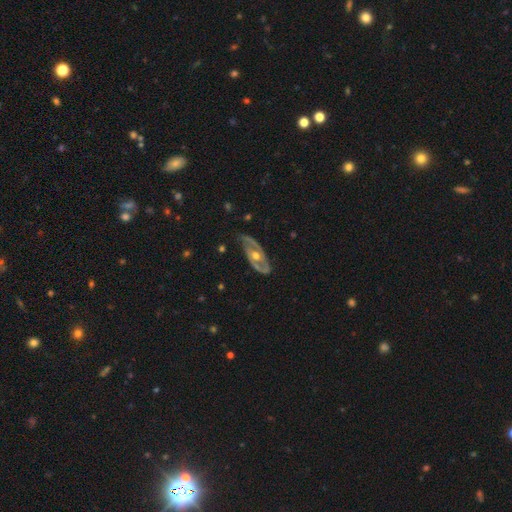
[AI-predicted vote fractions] A featured or disk galaxy (83%) with no bar (60%), 2 (76%) medium (43%) spiral arms (77%) and a moderate central bulge (73%).

Vote fractions:
- Smooth or featured? featured or disk: 83% / smooth: 12% / star or artifact: 5%
- Edge-on disk? no: 88% / yes: 12%
- Bar? no: 60% / weak: 26% / strong: 13%
- Spiral arms? yes: 77% / no: 23%
- Spiral winding? medium: 43% / tight: 38% / loose: 18%
- Spiral arm count? 2: 76% / can't tell: 13% / 1: 7% / 3: 2% / 4: 1% / more than 4: 1%
- Bulge size? moderate: 73% / small: 20% / large: 5% / none: 1% / dominant: 1%
- Merging? none: 74% / minor disturbance: 18% / major disturbance: 6% / merger: 2%